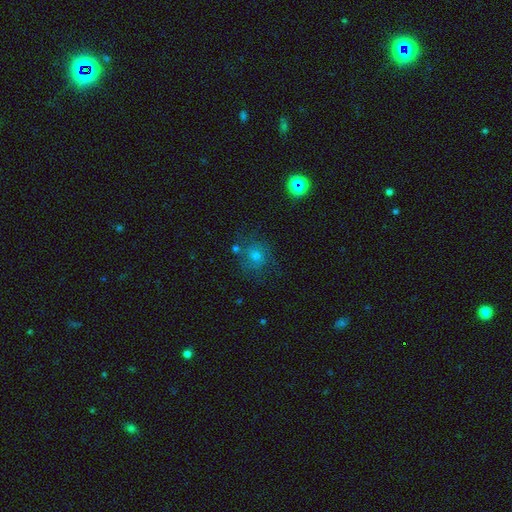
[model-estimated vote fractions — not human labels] Morphology: type=smooth (43%); merging=none (68%).